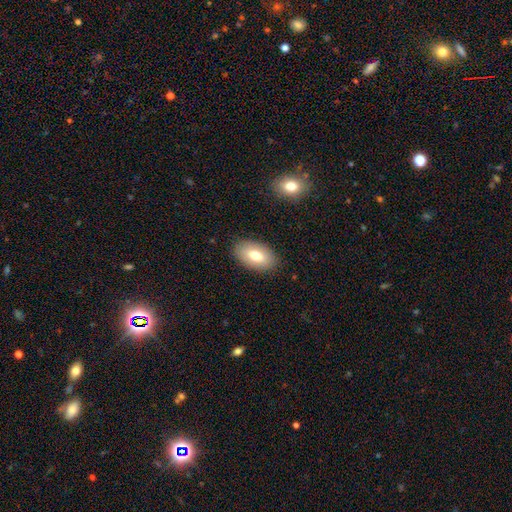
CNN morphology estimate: smooth 73%, featured or disk 20%, star or artifact 7%. Down the decision tree: how rounded — in between (94%); merging — none (87%).